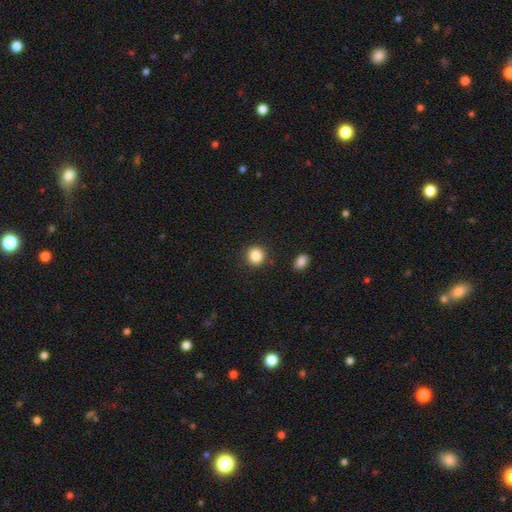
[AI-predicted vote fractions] Smooth or featured?
  - smooth: 86% *
  - star or artifact: 9%
  - featured or disk: 5%
How rounded?
  - round: 90% *
  - in between: 9%
  - cigar-shaped: 1%
Merging?
  - none: 88% *
  - minor disturbance: 7%
  - merger: 3%
  - major disturbance: 2%